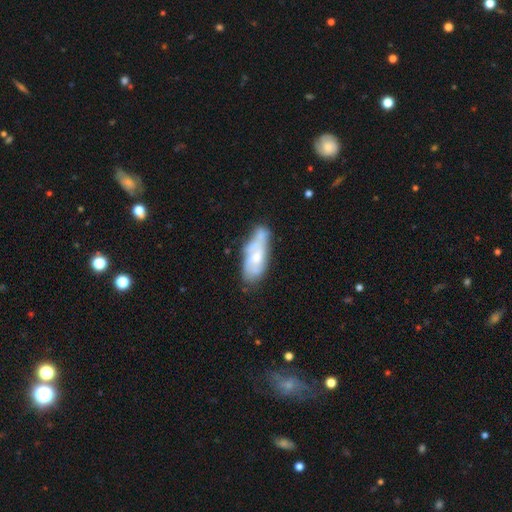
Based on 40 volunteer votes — Smooth or featured? smooth (57%)
How rounded? in between (61%)
Merging? none (37%)